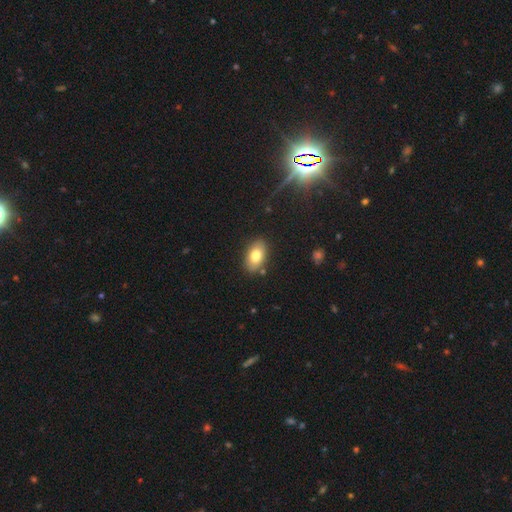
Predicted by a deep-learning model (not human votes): The model was most divided on "smooth or featured": smooth: 78%, featured or disk: 13%, star or artifact: 8%. More confident: how rounded — in between (90%); merging — none (84%).